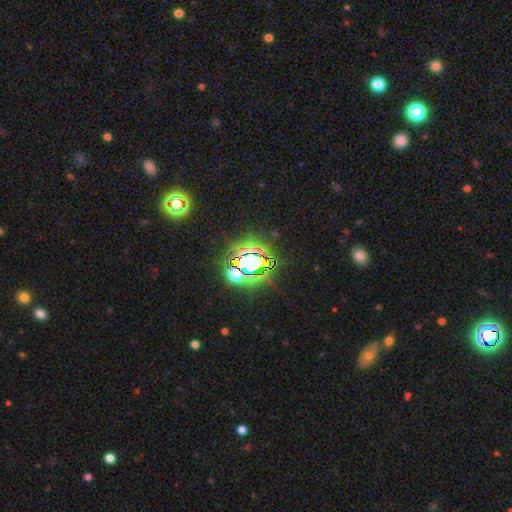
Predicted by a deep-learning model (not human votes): A star or artifact, not a galaxy (80%).

Vote fractions:
- Smooth or featured? star or artifact: 80% / smooth: 11% / featured or disk: 8%